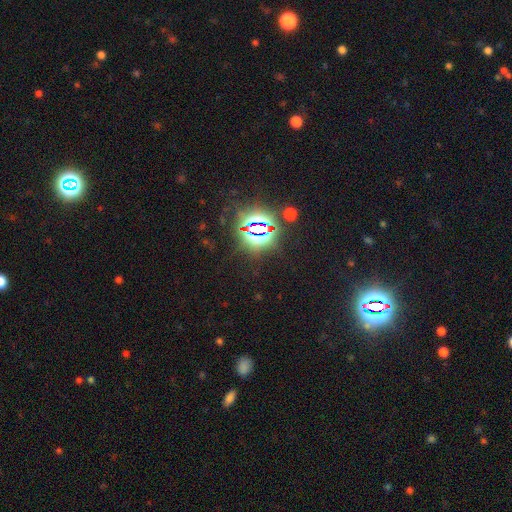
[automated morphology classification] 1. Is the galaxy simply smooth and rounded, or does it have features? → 82% star or artifact, 11% smooth, 7% featured or disk.